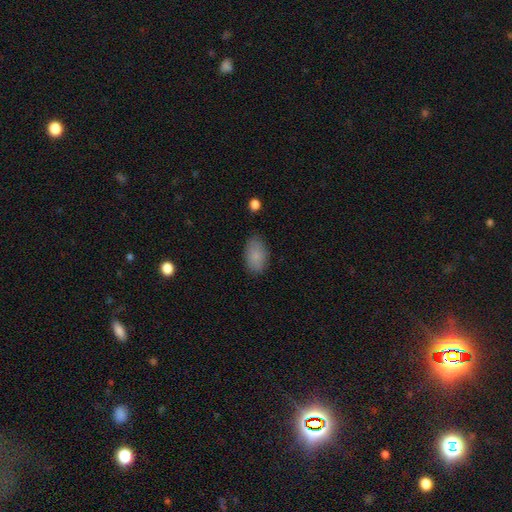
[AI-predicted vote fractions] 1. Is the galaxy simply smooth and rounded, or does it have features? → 85% smooth, 8% star or artifact, 7% featured or disk.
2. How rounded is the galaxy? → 91% in between, 7% round, 2% cigar-shaped.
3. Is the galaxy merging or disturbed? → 82% none, 13% minor disturbance, 3% major disturbance, 1% merger.